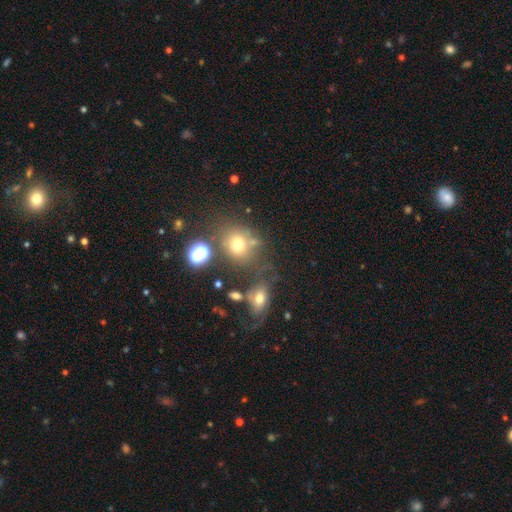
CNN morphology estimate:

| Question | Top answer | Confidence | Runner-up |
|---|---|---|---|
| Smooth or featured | smooth | 49% | star or artifact (35%) |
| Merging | none | 45% | merger (38%) |